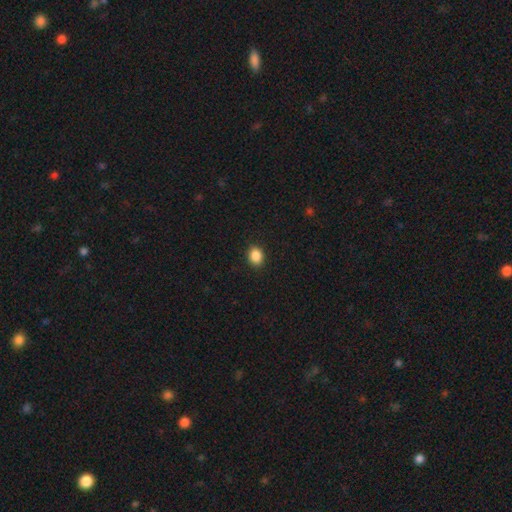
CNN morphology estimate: smooth-or-featured: smooth: 88% | star or artifact: 9% | featured or disk: 3%
  how-rounded: in between: 51% | round: 48% | cigar-shaped: 1%
  merging: none: 91% | minor disturbance: 6% | major disturbance: 2% | merger: 1%